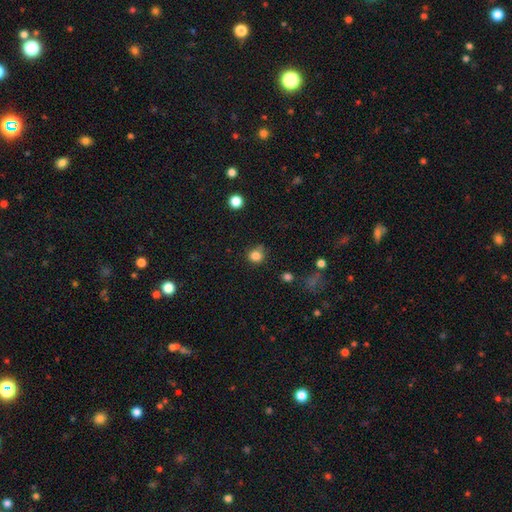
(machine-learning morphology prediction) smooth-or-featured: smooth: 82% | star or artifact: 13% | featured or disk: 5%
  how-rounded: round: 84% | in between: 15% | cigar-shaped: 1%
  merging: none: 68% | minor disturbance: 21% | merger: 5% | major disturbance: 5%